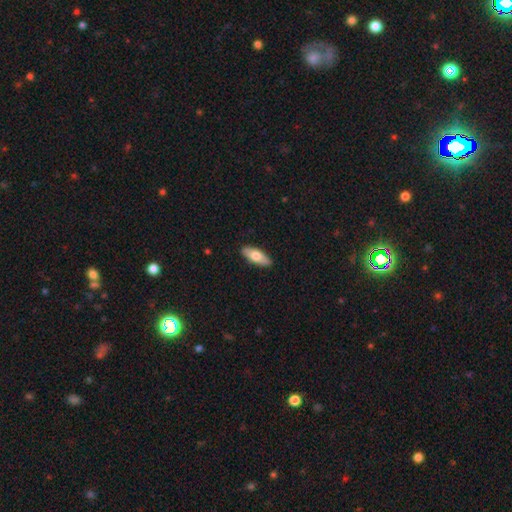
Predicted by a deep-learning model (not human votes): This appears to be a smooth galaxy with no disk features (69%) that is in between round and cigar-shaped (75%). Merging: none (88%).